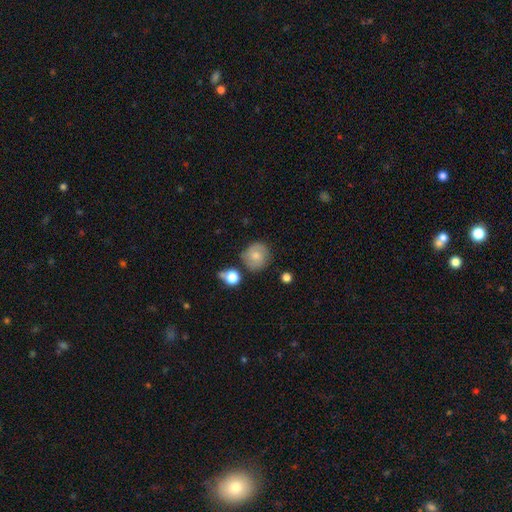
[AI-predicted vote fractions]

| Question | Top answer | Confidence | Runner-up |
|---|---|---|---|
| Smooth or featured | smooth | 60% | featured or disk (31%) |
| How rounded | round | 89% | in between (10%) |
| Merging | none | 73% | minor disturbance (17%) |